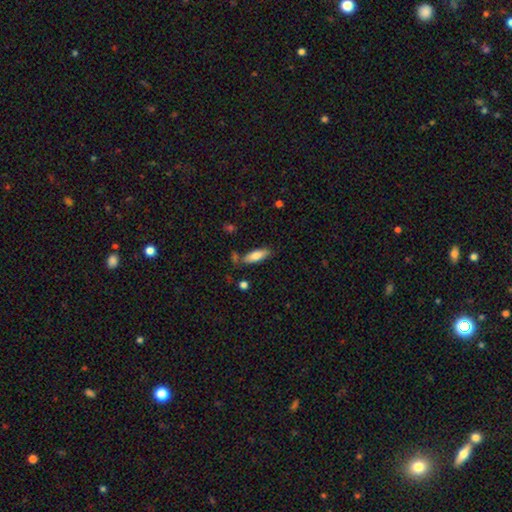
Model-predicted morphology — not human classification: Smooth or featured: smooth — 78% (featured or disk — 15%)
How rounded: in between — 58% (cigar-shaped — 40%)
Merging: none — 76% (minor disturbance — 15%)